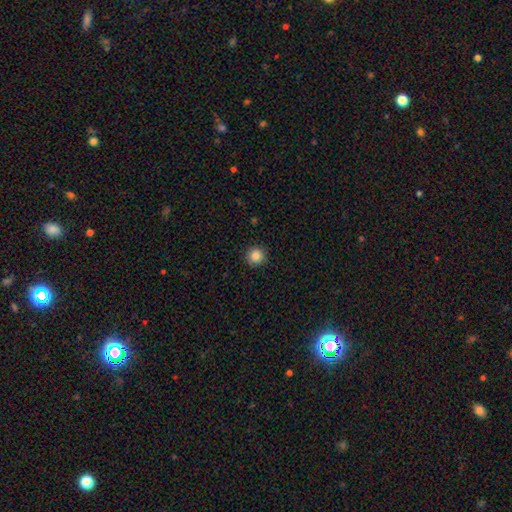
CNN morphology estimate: Smooth or featured? smooth (86%)
How rounded? round (95%)
Merging? none (91%)